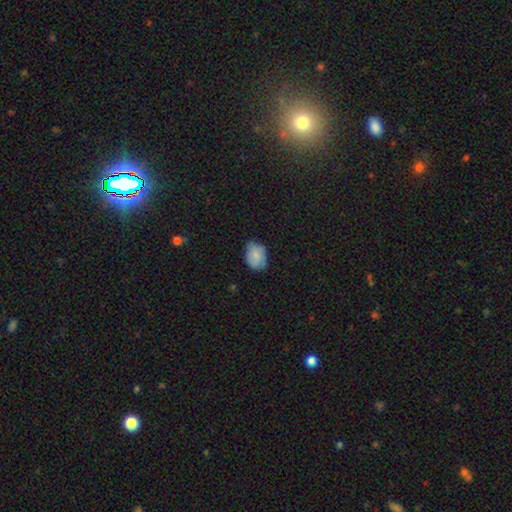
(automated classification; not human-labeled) Morphology: type=smooth (73%); roundness=in between (70%); merging=none (64%).